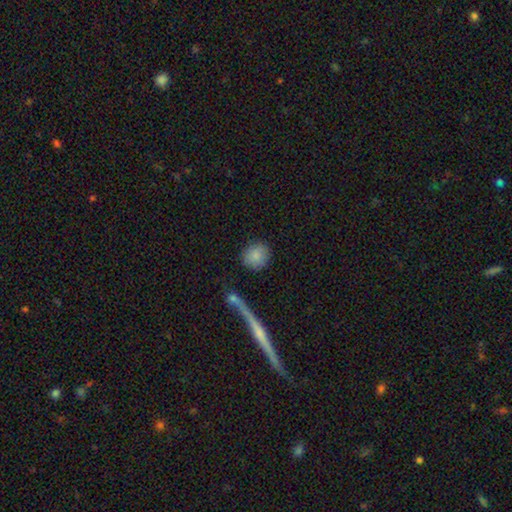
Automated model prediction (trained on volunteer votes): smooth 85%, star or artifact 8%, featured or disk 7%. Down the decision tree: how rounded — round (86%); merging — none (82%).